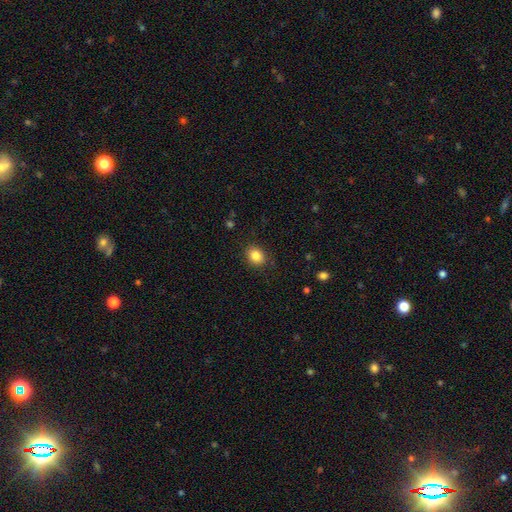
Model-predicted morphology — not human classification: Smooth or featured? Predicted: smooth (p=0.84). How rounded? Predicted: round (p=0.53). Merging? Predicted: none (p=0.87).